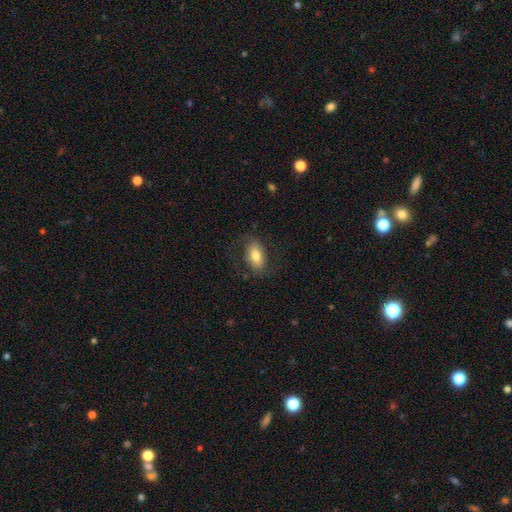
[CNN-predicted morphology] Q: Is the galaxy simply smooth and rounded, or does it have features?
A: smooth — 67%.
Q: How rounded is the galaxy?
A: in between — 90%.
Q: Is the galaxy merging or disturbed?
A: none — 72%.